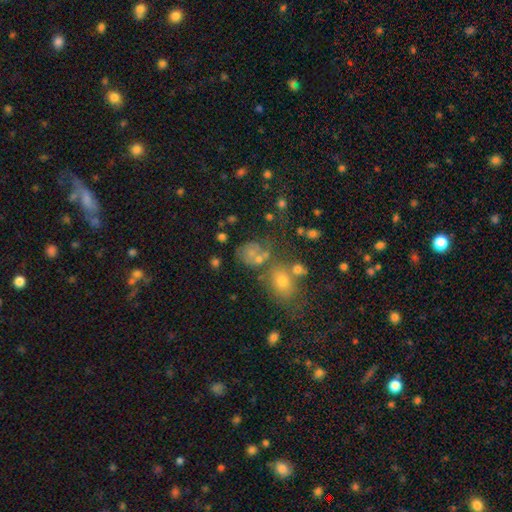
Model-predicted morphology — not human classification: A smooth galaxy with no disk features (59%) that is round (59%).

Vote fractions:
- Smooth or featured? smooth: 59% / featured or disk: 23% / star or artifact: 19%
- How rounded? round: 59% / in between: 39% / cigar-shaped: 1%
- Merging? none: 41% / merger: 25% / minor disturbance: 18% / major disturbance: 16%